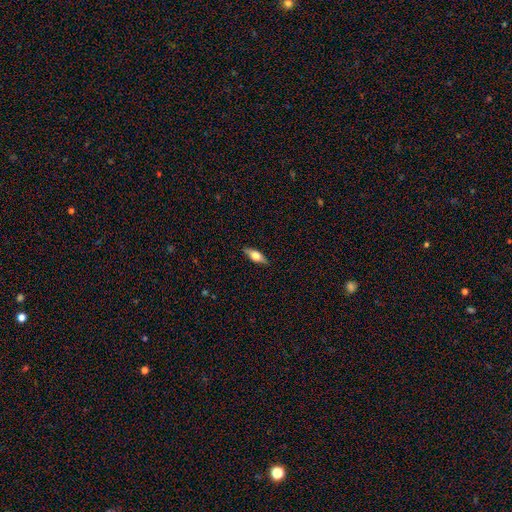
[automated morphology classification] Smooth or featured? featured or disk (52%)
Edge-on disk? yes (93%)
Merging? none (88%)